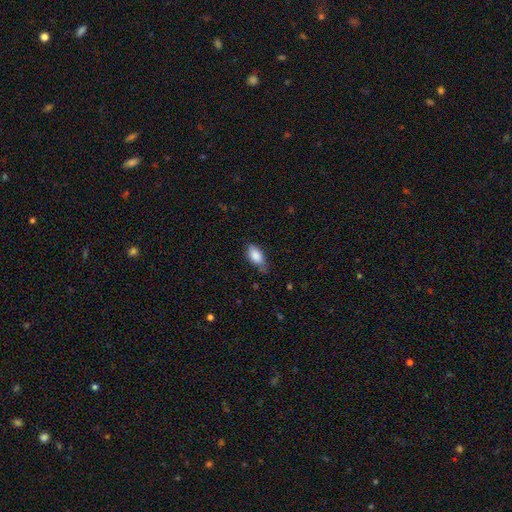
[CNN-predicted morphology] Smooth or featured: smooth — 85% (featured or disk — 8%)
How rounded: in between — 91% (cigar-shaped — 6%)
Merging: none — 59% (minor disturbance — 32%)